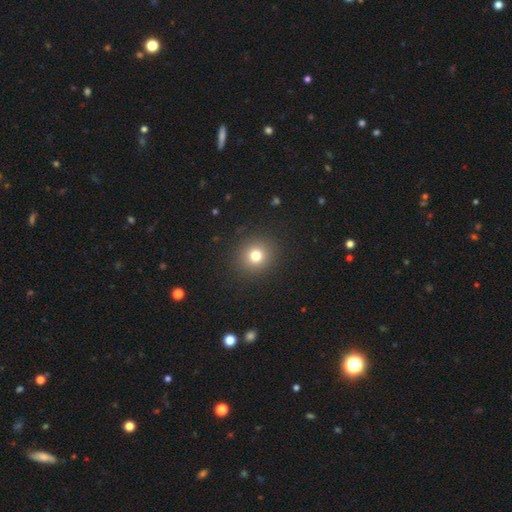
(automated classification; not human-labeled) smooth_or_featured: smooth (p=0.77) [alt: star or artifact p=0.14]
how_rounded: round (p=0.89) [alt: in between p=0.10]
merging: none (p=0.91) [alt: minor disturbance p=0.06]